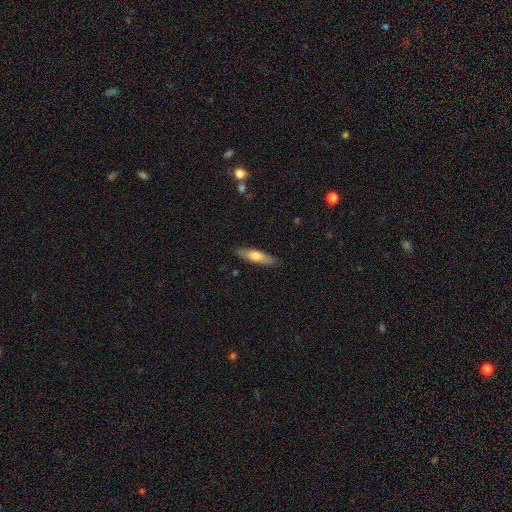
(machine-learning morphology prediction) smooth 67%, featured or disk 27%, star or artifact 6%. Down the decision tree: how rounded — cigar-shaped (66%); merging — none (85%).